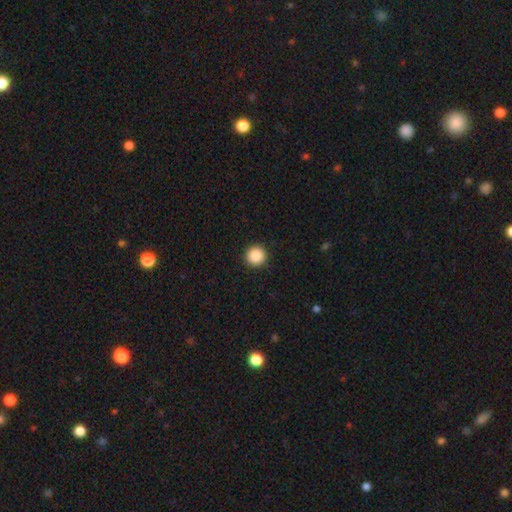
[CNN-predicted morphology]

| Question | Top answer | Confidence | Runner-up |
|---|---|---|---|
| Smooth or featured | smooth | 88% | star or artifact (9%) |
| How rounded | round | 96% | in between (3%) |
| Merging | none | 93% | minor disturbance (5%) |